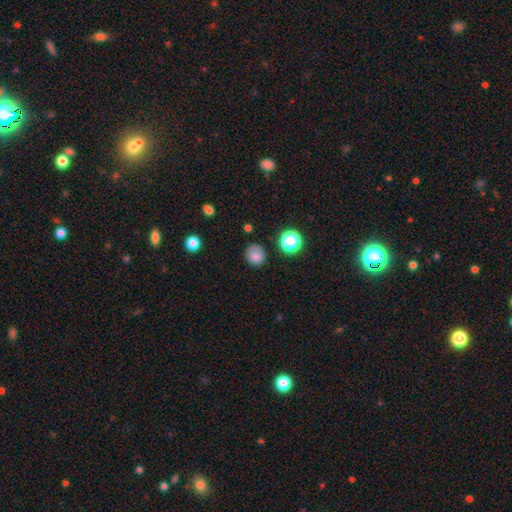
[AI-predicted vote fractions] smooth 80%, star or artifact 13%, featured or disk 7%. Down the decision tree: how rounded — round (84%); merging — none (76%).